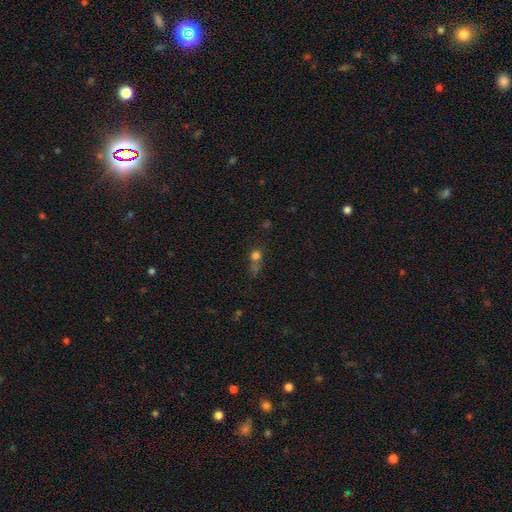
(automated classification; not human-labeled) Smooth or featured: smooth — 66% (star or artifact — 23%)
How rounded: round — 76% (in between — 21%)
Merging: none — 46% (merger — 23%)